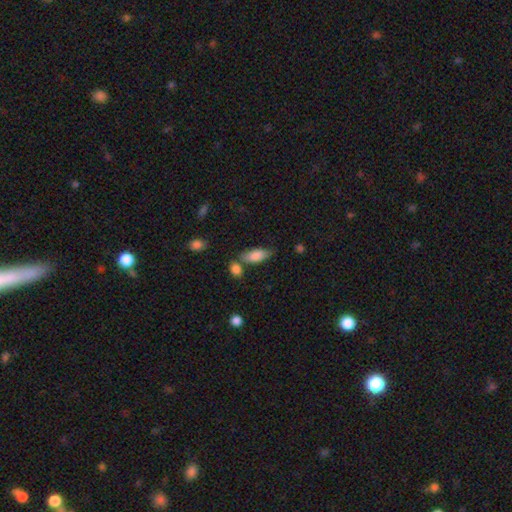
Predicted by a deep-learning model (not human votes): Smooth or featured? Predicted: smooth (p=0.84). How rounded? Predicted: in between (p=0.80). Merging? Predicted: none (p=0.62).